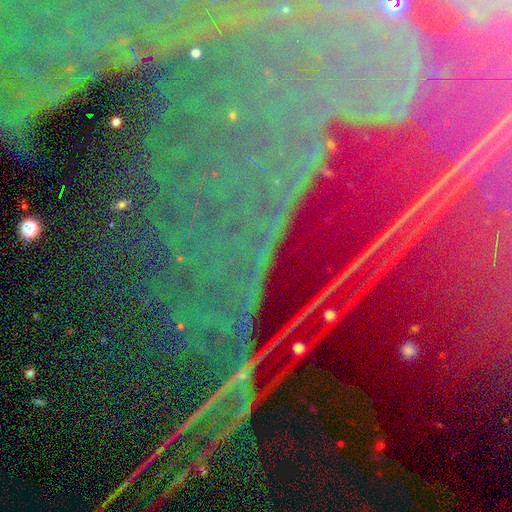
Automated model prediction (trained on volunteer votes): The model was most divided on "smooth or featured": star or artifact: 88%, featured or disk: 7%, smooth: 5%.